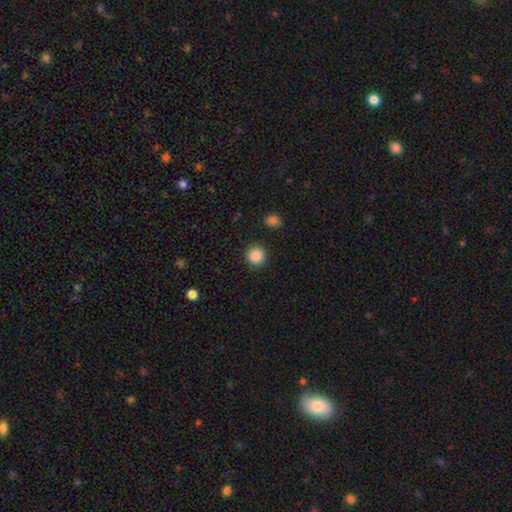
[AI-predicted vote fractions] This is clearly a smooth galaxy (88%). How rounded: clearly round (94%). Merging: clearly none (91%).